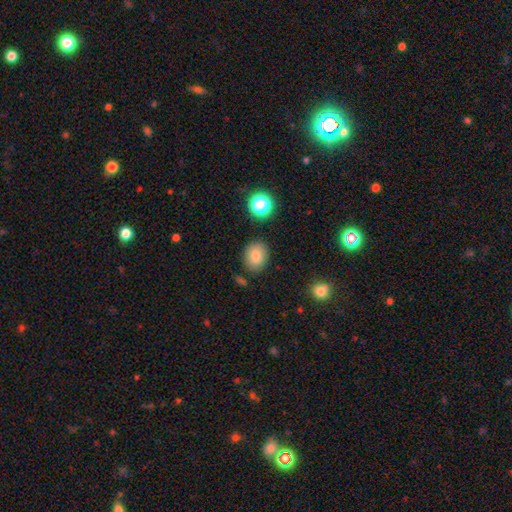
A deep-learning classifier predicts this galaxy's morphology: Smooth or featured?
  - smooth: 81% *
  - star or artifact: 11%
  - featured or disk: 8%
How rounded?
  - in between: 50% *
  - round: 49%
  - cigar-shaped: 1%
Merging?
  - none: 83% *
  - minor disturbance: 11%
  - merger: 3%
  - major disturbance: 3%